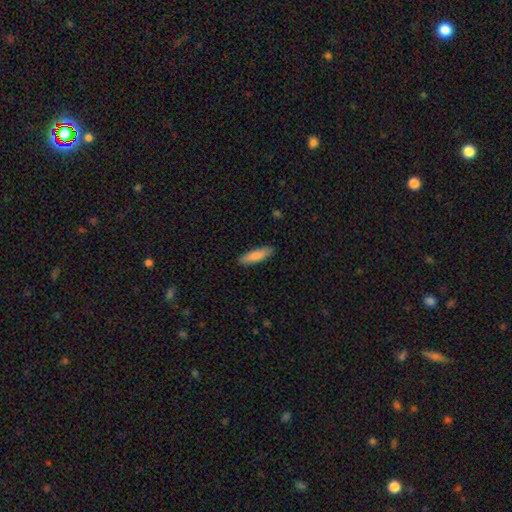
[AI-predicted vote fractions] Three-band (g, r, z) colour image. It shows a smooth galaxy with no disk features (83%) that is cigar-shaped (63%). Merging: none (89%).